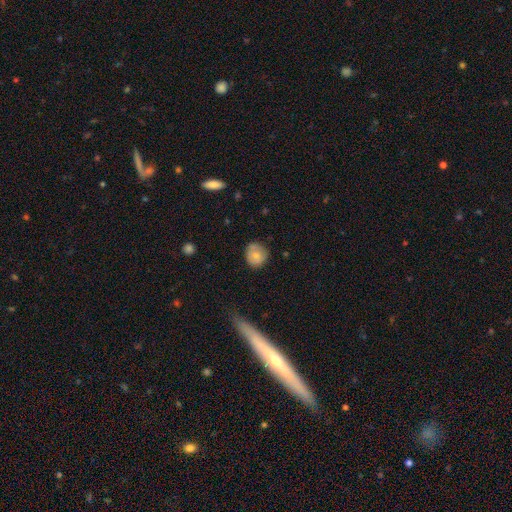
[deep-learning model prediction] smooth 76%, featured or disk 16%, star or artifact 8%. Down the decision tree: how rounded — round (81%); merging — none (73%).